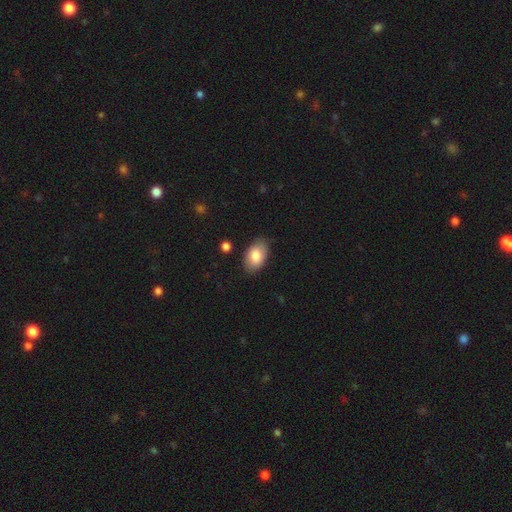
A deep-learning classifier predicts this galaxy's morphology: A smooth galaxy with no disk features (82%) that is in between round and cigar-shaped (92%).

Vote fractions:
- Smooth or featured? smooth: 82% / featured or disk: 11% / star or artifact: 7%
- How rounded? in between: 92% / round: 6% / cigar-shaped: 1%
- Merging? none: 83% / minor disturbance: 13% / major disturbance: 2% / merger: 2%